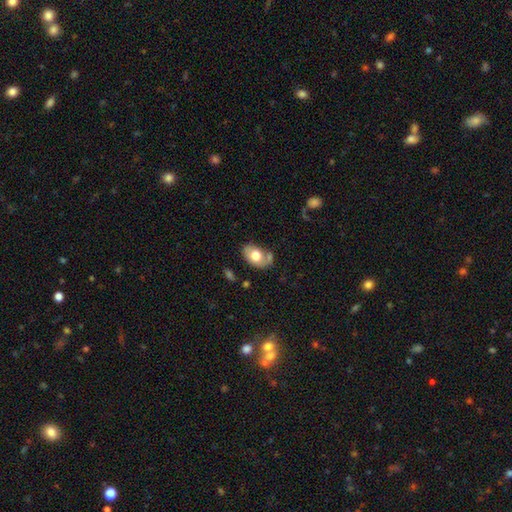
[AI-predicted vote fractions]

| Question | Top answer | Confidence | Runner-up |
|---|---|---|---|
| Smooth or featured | smooth | 68% | featured or disk (25%) |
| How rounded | in between | 84% | round (14%) |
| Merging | none | 53% | minor disturbance (24%) |